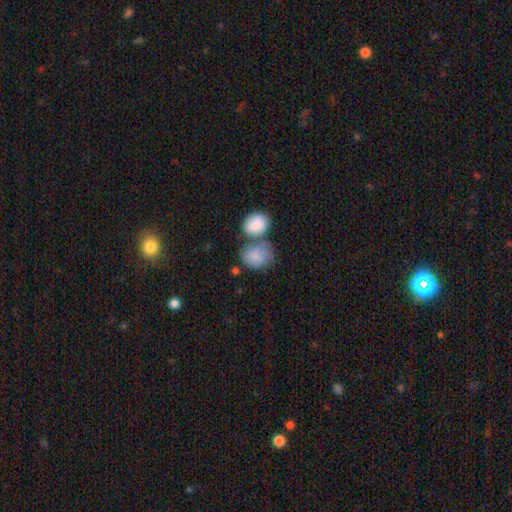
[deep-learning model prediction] Smooth or featured: smooth — 84% (featured or disk — 10%)
How rounded: in between — 56% (round — 43%)
Merging: merger — 40% (none — 39%)